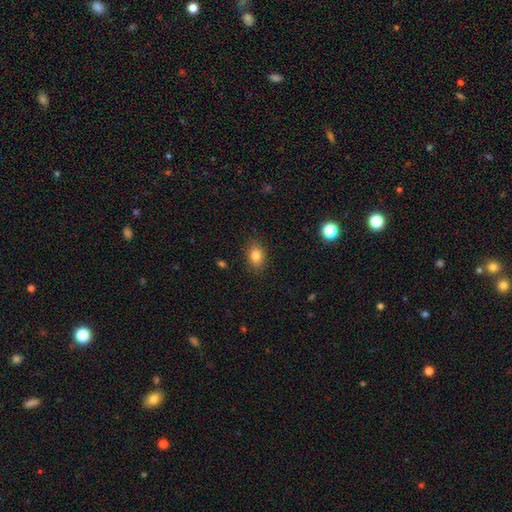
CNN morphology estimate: smooth 82%, star or artifact 10%, featured or disk 8%. Down the decision tree: how rounded — in between (73%); merging — none (87%).